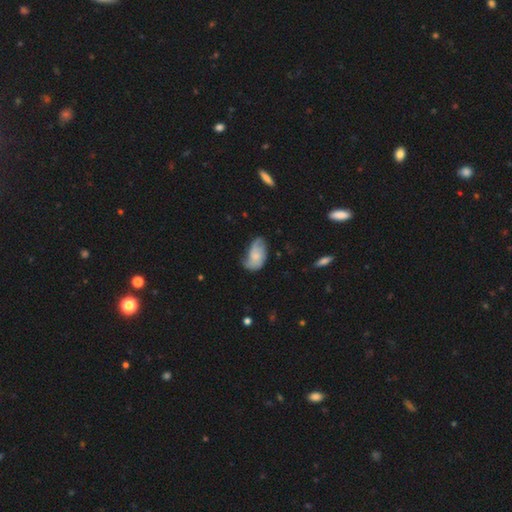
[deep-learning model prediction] Smooth or featured? Predicted: smooth (p=0.52). How rounded? Predicted: in between (p=0.91). Merging? Predicted: none (p=0.40).